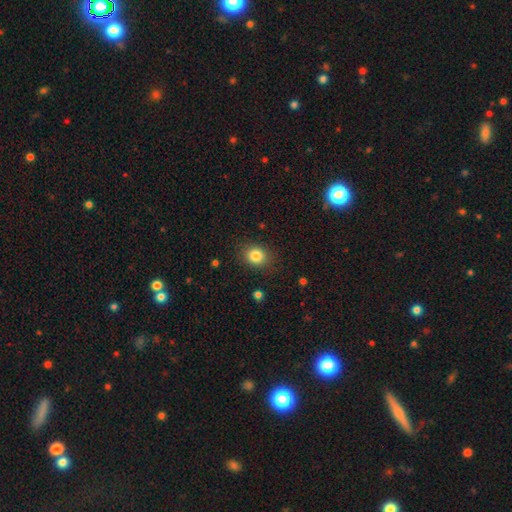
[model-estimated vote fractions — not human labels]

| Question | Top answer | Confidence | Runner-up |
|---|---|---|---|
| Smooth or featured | smooth | 83% | star or artifact (11%) |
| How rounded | round | 67% | in between (32%) |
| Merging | none | 86% | minor disturbance (10%) |